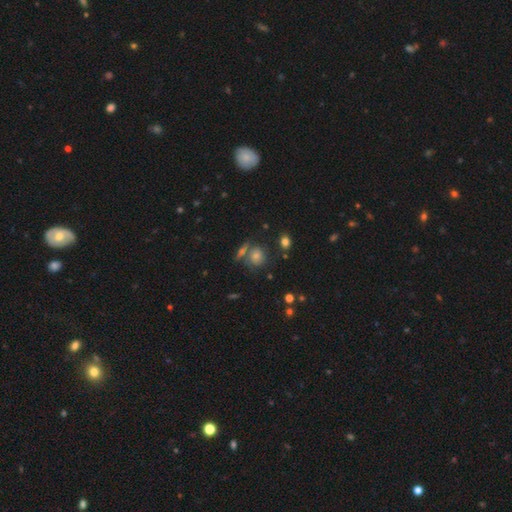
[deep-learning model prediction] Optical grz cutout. It shows a smooth galaxy with no disk features (61%) that is round (77%). Merging: none (68%).